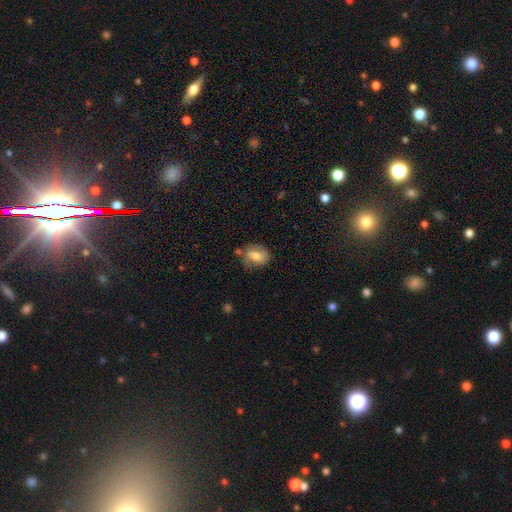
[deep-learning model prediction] Smooth or featured? smooth (62%)
How rounded? in between (56%)
Merging? none (61%)